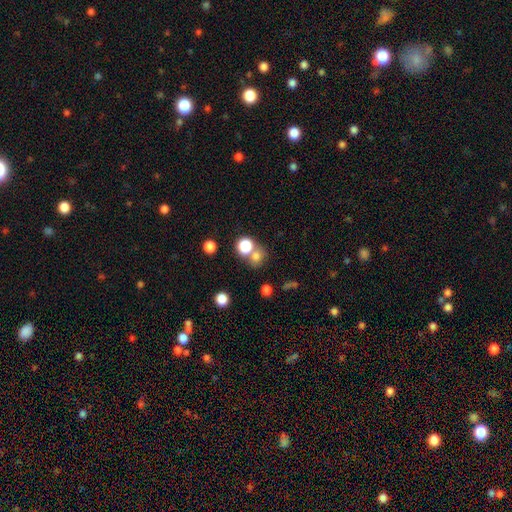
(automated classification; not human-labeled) Smooth or featured? Predicted: smooth (p=0.73). How rounded? Predicted: round (p=0.76). Merging? Predicted: none (p=0.55).